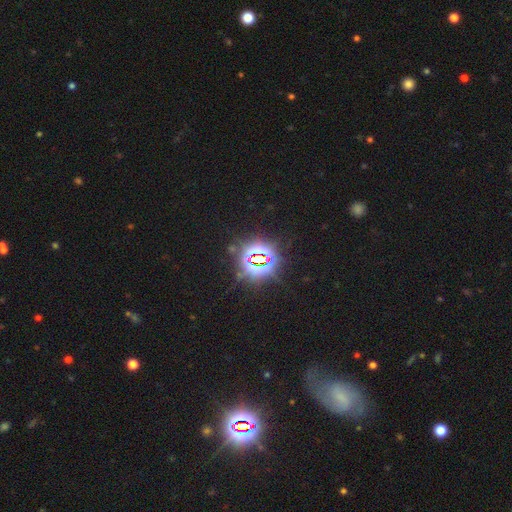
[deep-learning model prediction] Smooth or featured? Predicted: star or artifact (p=0.81).